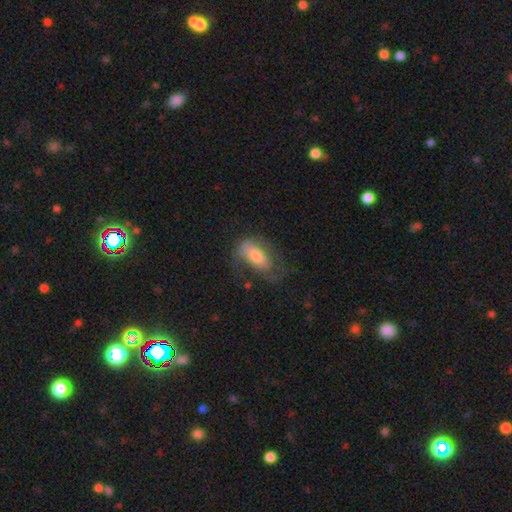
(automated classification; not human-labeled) Smooth or featured? smooth (56%)
How rounded? in between (86%)
Merging? none (45%)